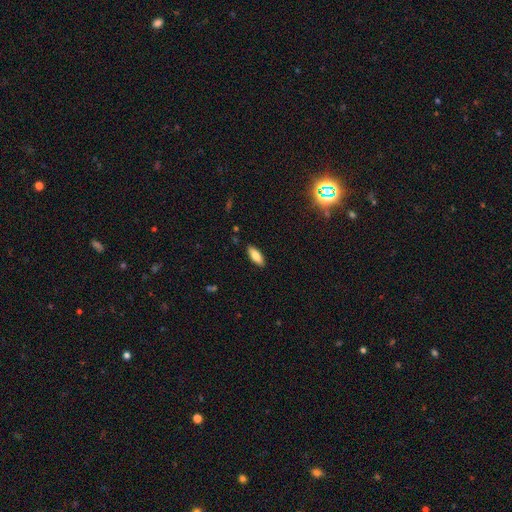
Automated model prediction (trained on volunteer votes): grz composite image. It shows a smooth galaxy with no disk features (80%) that is in between round and cigar-shaped (73%). Merging: none (88%).